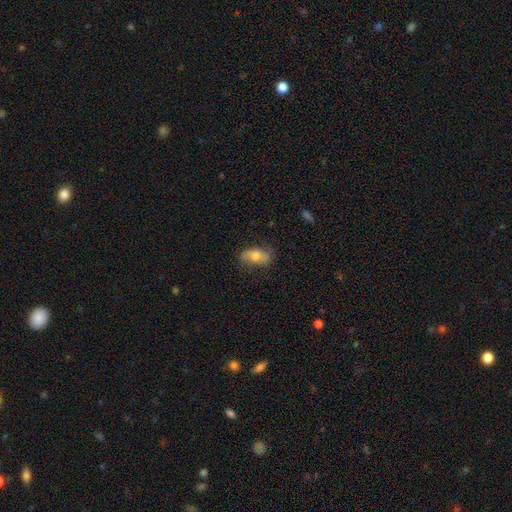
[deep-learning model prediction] Smooth or featured: smooth — 52% (featured or disk — 40%)
How rounded: in between — 84% (cigar-shaped — 8%)
Merging: none — 75% (minor disturbance — 19%)